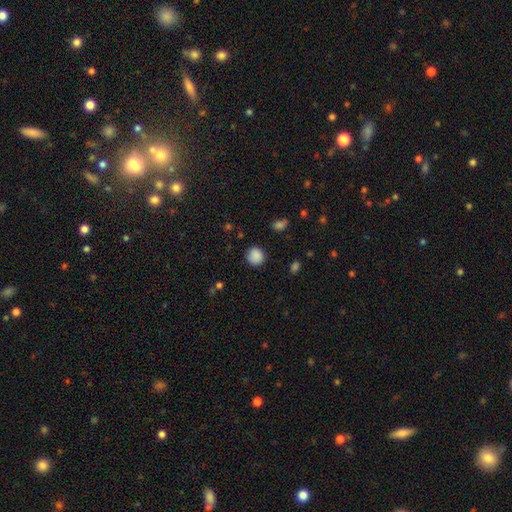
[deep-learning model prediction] A smooth galaxy with no disk features (87%) that is round (86%).

Vote fractions:
- Smooth or featured? smooth: 87% / star or artifact: 9% / featured or disk: 4%
- How rounded? round: 86% / in between: 13% / cigar-shaped: 1%
- Merging? none: 83% / minor disturbance: 12% / major disturbance: 3% / merger: 1%